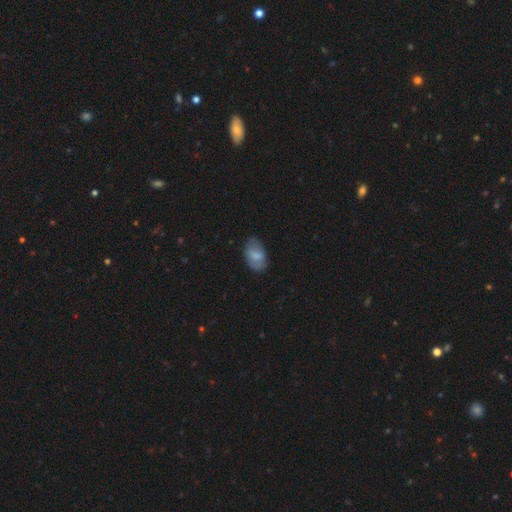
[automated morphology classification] Smooth or featured: smooth — 75% (featured or disk — 18%)
How rounded: in between — 91% (round — 7%)
Merging: none — 72% (minor disturbance — 21%)